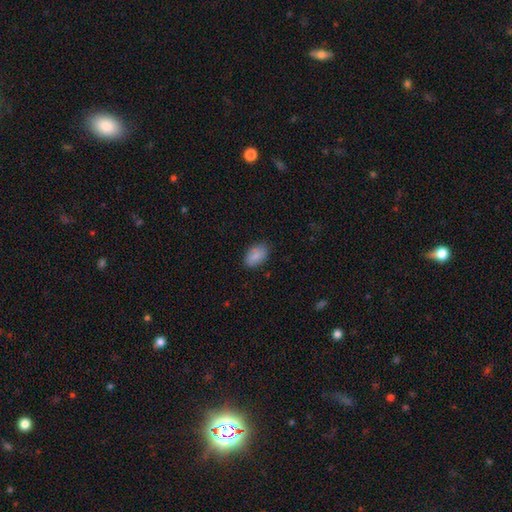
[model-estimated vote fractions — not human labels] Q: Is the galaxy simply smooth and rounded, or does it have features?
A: smooth — 84%.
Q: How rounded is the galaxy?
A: in between — 91%.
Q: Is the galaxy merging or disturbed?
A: none — 79%.